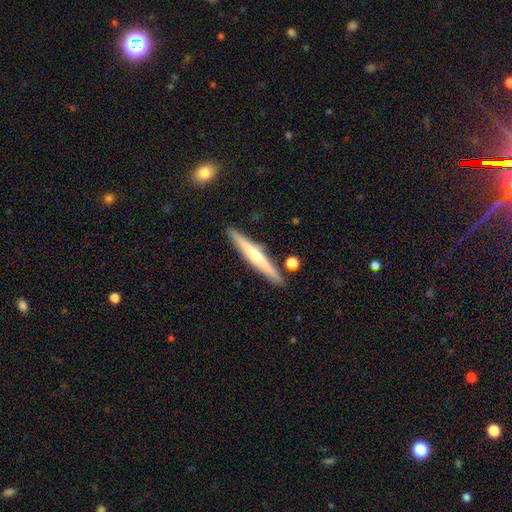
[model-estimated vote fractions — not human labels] featured or disk 59%, smooth 35%, star or artifact 6%. Down the decision tree: edge-on disk — yes (97%); edge-on bulge — rounded (69%); merging — none (88%).